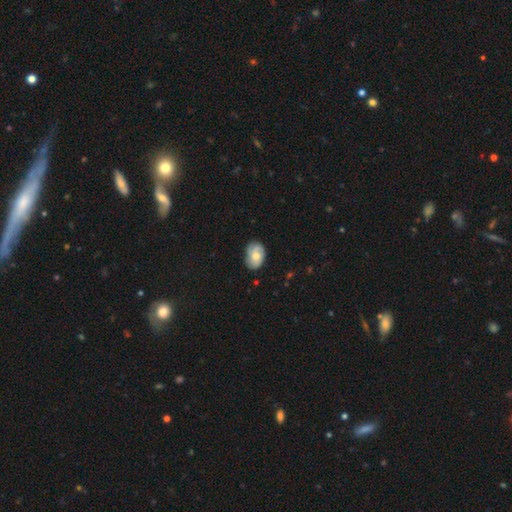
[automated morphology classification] This is possibly a smooth galaxy (56%). How rounded: likely in between (79%). Merging: likely none (73%).